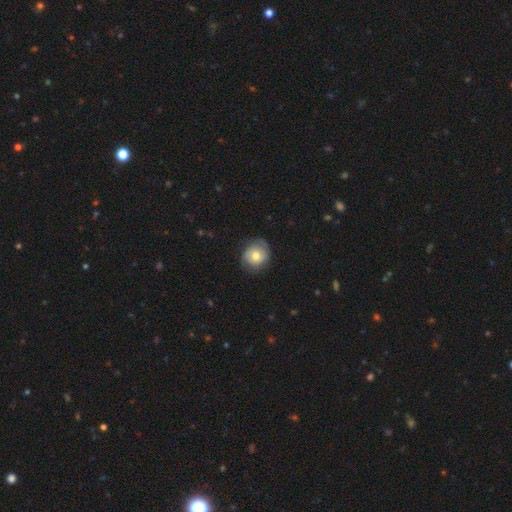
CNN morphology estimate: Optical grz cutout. It shows a smooth galaxy with no disk features (55%) that is round (81%). Merging: none (73%).